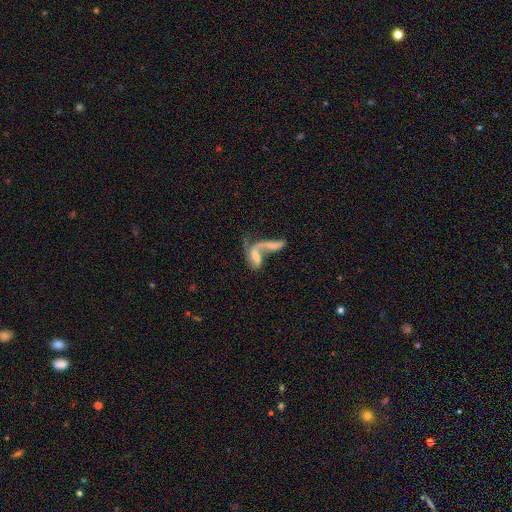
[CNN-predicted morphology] This appears to be a featured or disk galaxy (57%). Merging: merger (61%).